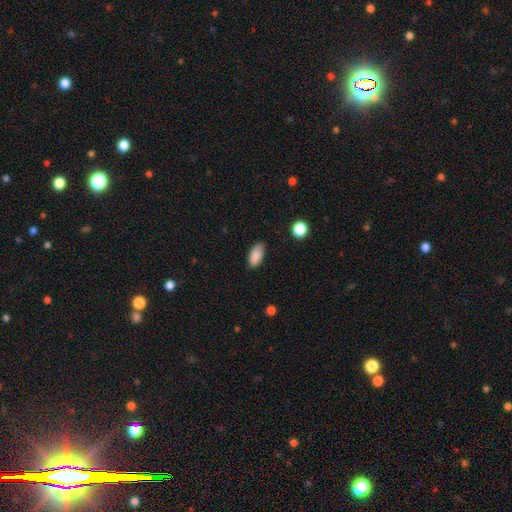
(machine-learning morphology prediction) Q: Smooth or featured?
A: smooth (88%); runner-up: star or artifact (8%)
Q: How rounded?
A: in between (91%); runner-up: cigar-shaped (6%)
Q: Merging?
A: none (79%); runner-up: minor disturbance (17%)